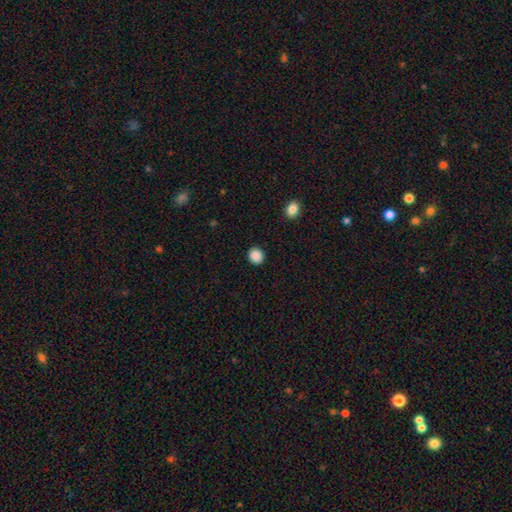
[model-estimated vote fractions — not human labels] Smooth or featured: smooth — 88% (star or artifact — 9%)
How rounded: round — 85% (in between — 14%)
Merging: none — 92% (minor disturbance — 5%)